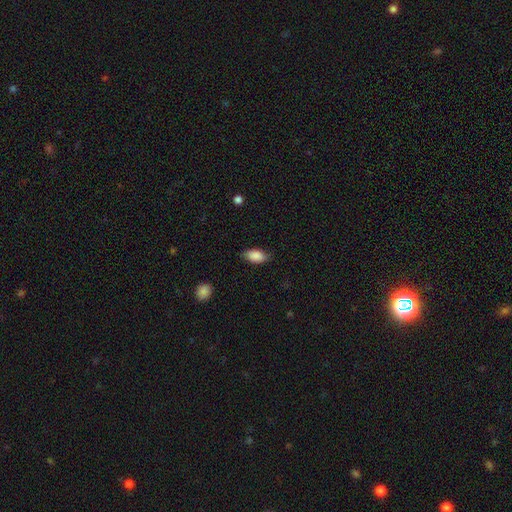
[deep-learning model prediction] Overall: smooth (87%). How rounded: in between (91%). Merging: none (78%).